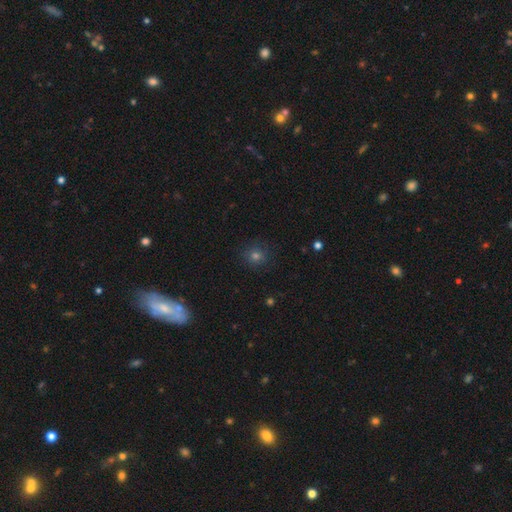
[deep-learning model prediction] Morphology: type=smooth (66%); roundness=round (91%); merging=none (88%).